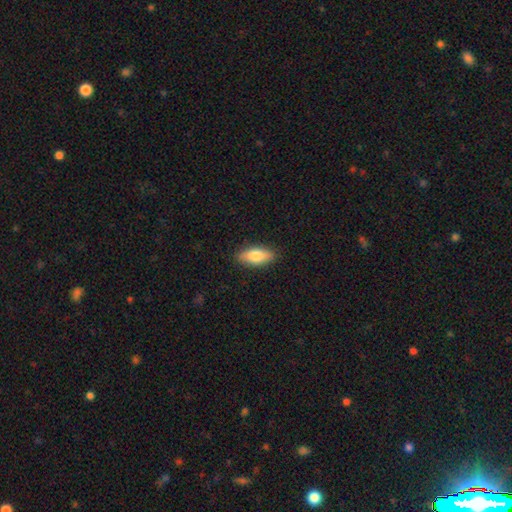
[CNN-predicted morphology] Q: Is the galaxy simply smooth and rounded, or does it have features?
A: smooth — 77%.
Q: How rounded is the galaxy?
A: in between — 78%.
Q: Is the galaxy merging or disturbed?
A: none — 88%.